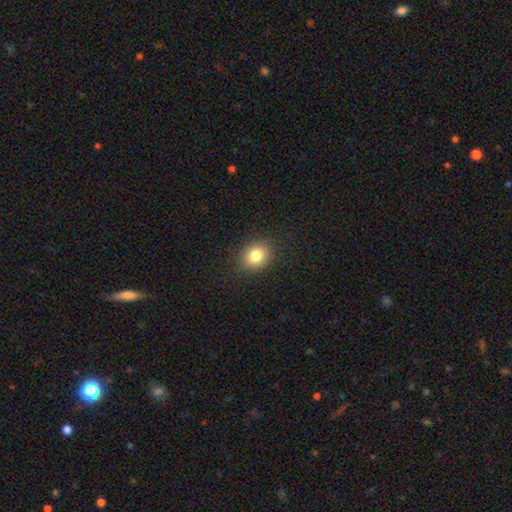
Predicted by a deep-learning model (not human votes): Smooth or featured: smooth — 81% (star or artifact — 10%)
How rounded: in between — 52% (round — 47%)
Merging: none — 87% (minor disturbance — 9%)